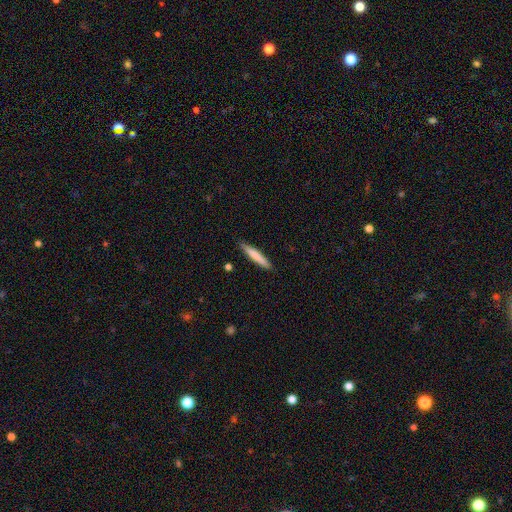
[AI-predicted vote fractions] Smooth or featured? smooth (76%)
How rounded? cigar-shaped (93%)
Merging? none (88%)